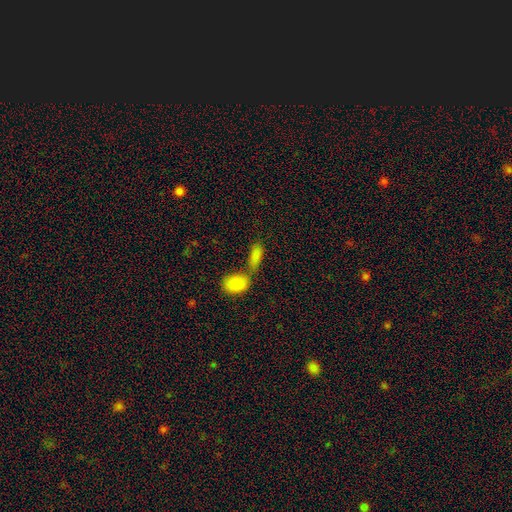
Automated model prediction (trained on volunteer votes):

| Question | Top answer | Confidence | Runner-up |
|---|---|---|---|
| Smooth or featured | smooth | 84% | star or artifact (9%) |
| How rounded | in between | 83% | cigar-shaped (13%) |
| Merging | merger | 45% | none (40%) |